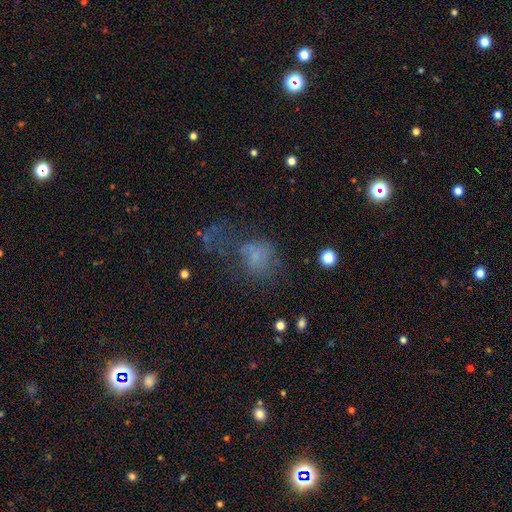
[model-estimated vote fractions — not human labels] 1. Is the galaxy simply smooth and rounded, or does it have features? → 49% smooth, 29% featured or disk, 22% star or artifact.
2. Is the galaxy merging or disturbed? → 48% major disturbance, 25% none, 15% minor disturbance, 12% merger.